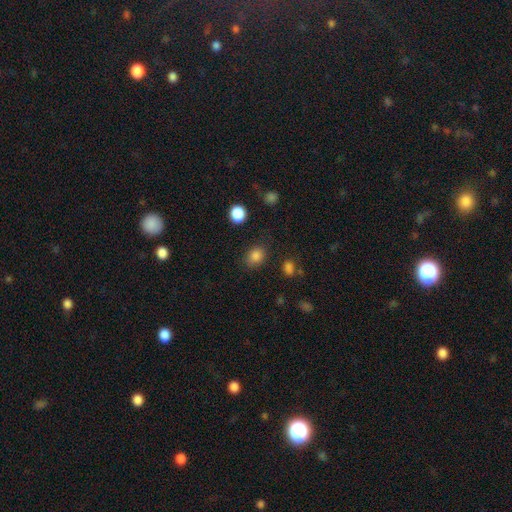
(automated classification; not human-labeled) Smooth or featured?
  - smooth: 84% *
  - star or artifact: 12%
  - featured or disk: 4%
How rounded?
  - in between: 55% *
  - round: 44%
  - cigar-shaped: 1%
Merging?
  - none: 82% *
  - minor disturbance: 12%
  - major disturbance: 4%
  - merger: 3%